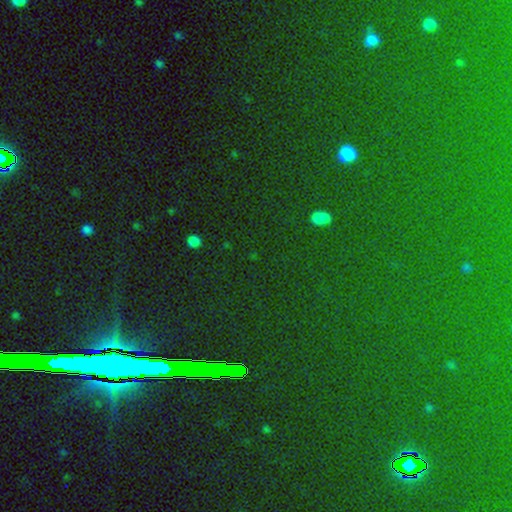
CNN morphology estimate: A star or artifact, not a galaxy (82%).

Vote fractions:
- Smooth or featured? star or artifact: 82% / smooth: 11% / featured or disk: 8%